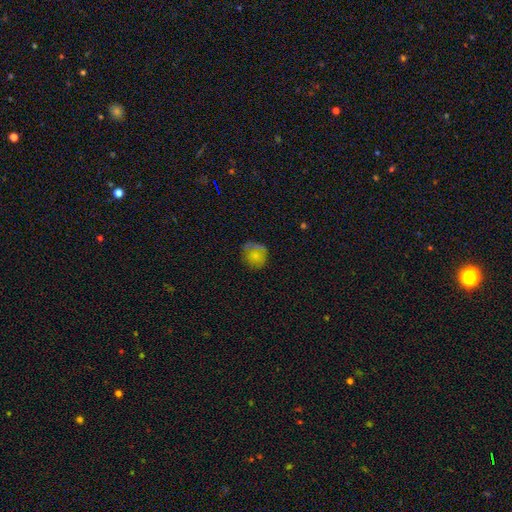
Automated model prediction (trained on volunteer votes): smooth-or-featured: smooth: 67% | featured or disk: 18% | star or artifact: 15%
  how-rounded: round: 84% | in between: 15% | cigar-shaped: 1%
  merging: none: 65% | minor disturbance: 21% | major disturbance: 10% | merger: 4%